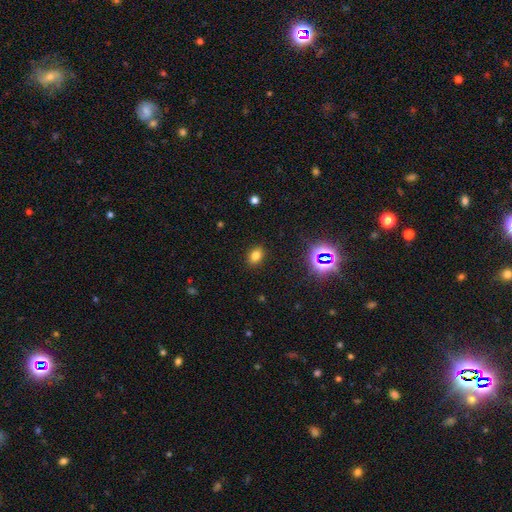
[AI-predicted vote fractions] A smooth galaxy with no disk features (76%) that is in between round and cigar-shaped (72%). Merging: none (88%).